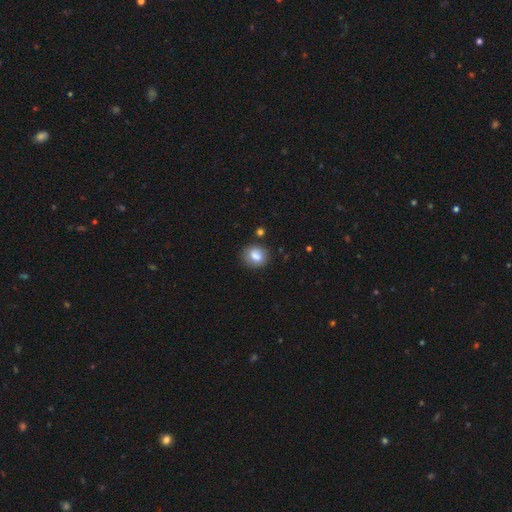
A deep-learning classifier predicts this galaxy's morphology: A smooth galaxy with no disk features (79%) that is round (61%).

Vote fractions:
- Smooth or featured? smooth: 79% / featured or disk: 12% / star or artifact: 9%
- How rounded? round: 61% / in between: 38% / cigar-shaped: 1%
- Merging? none: 69% / minor disturbance: 17% / merger: 9% / major disturbance: 5%